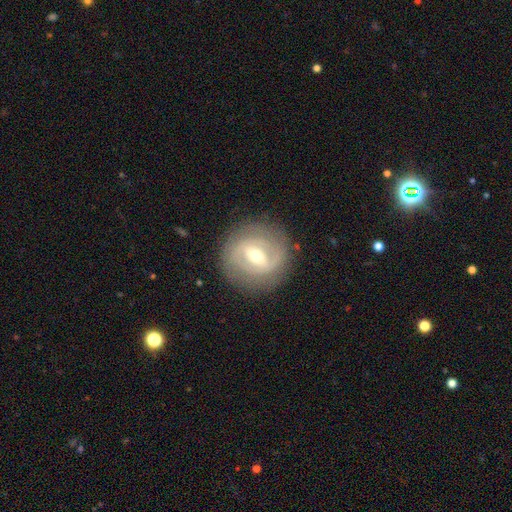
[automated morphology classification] smooth-or-featured: featured or disk: 75% | smooth: 19% | star or artifact: 6%
  disk-edge-on: no: 95% | yes: 5%
    bar: weak: 44% | strong: 43% | no: 13%
    has-spiral-arms: yes: 74% | no: 26%
      spiral-winding: tight: 62% | medium: 28% | loose: 10%
      spiral-arm-count: 2: 51% | can't tell: 31% | 3: 8% | 1: 4% | 4: 3% | more than 4: 2%
    bulge-size: moderate: 57% | small: 37% | large: 4% | none: 1% | dominant: 1%
  merging: none: 83% | minor disturbance: 11% | major disturbance: 5% | merger: 1%